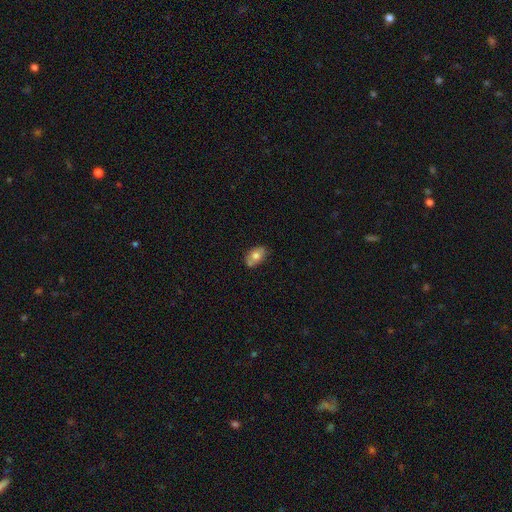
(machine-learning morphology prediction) A smooth galaxy with no disk features (71%) that is in between round and cigar-shaped (88%). Merging: none (65%).